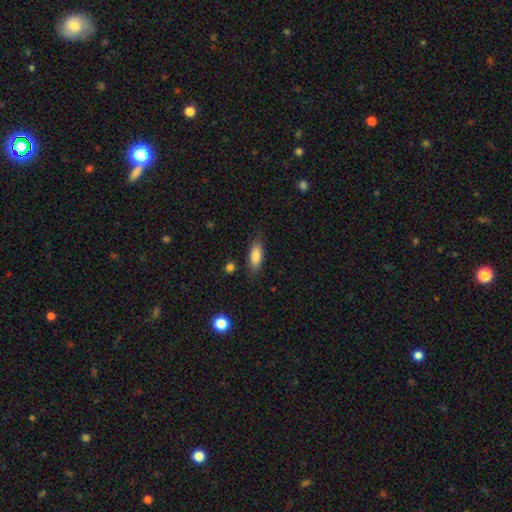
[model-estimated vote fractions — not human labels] This is clearly a smooth galaxy (84%). How rounded: likely in between (72%). Merging: clearly none (81%).